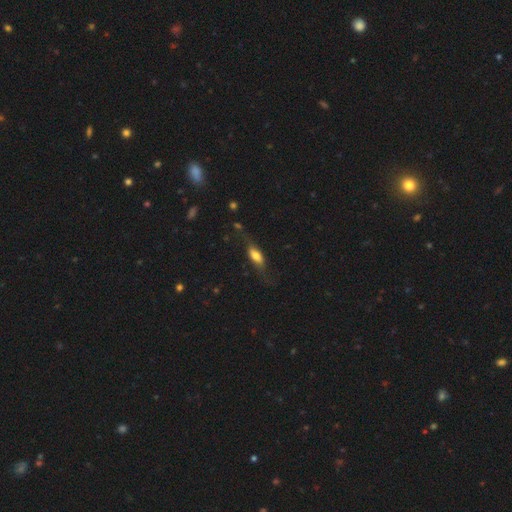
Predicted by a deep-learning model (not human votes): A smooth galaxy with no disk features (54%) that is in between round and cigar-shaped (66%).

Vote fractions:
- Smooth or featured? smooth: 54% / featured or disk: 39% / star or artifact: 7%
- How rounded? in between: 66% / cigar-shaped: 29% / round: 5%
- Merging? none: 57% / minor disturbance: 24% / major disturbance: 17% / merger: 2%